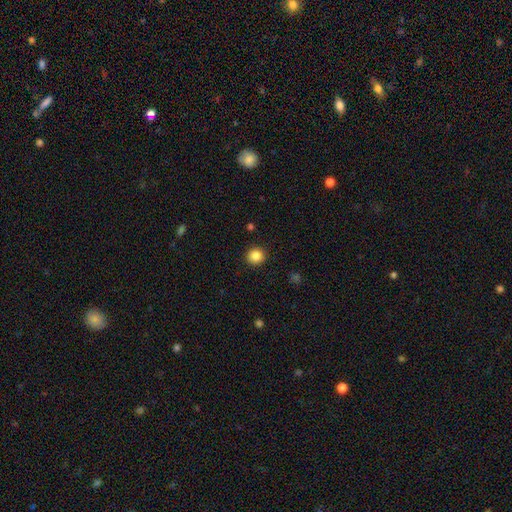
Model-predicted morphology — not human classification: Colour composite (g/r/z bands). It shows a smooth galaxy with no disk features (86%) that is round (92%). Merging: none (92%).